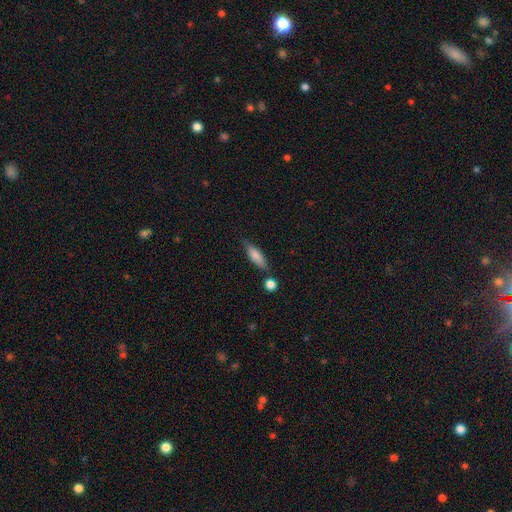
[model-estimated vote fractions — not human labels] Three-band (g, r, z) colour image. It shows a smooth galaxy with no disk features (77%) that is cigar-shaped (57%). Merging: none (69%).